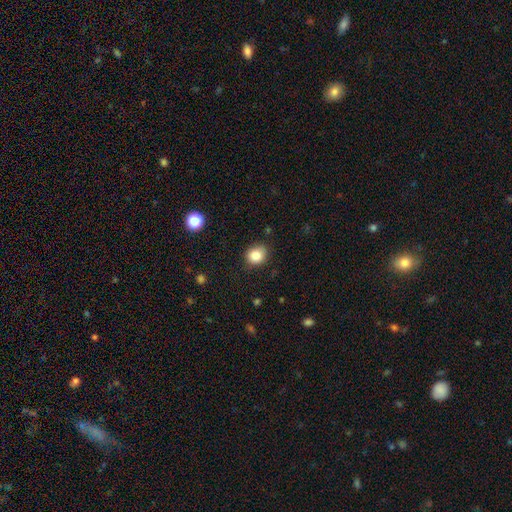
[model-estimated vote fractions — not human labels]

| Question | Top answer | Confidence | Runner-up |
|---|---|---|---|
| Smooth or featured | smooth | 84% | star or artifact (10%) |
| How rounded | round | 72% | in between (27%) |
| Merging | none | 83% | minor disturbance (13%) |